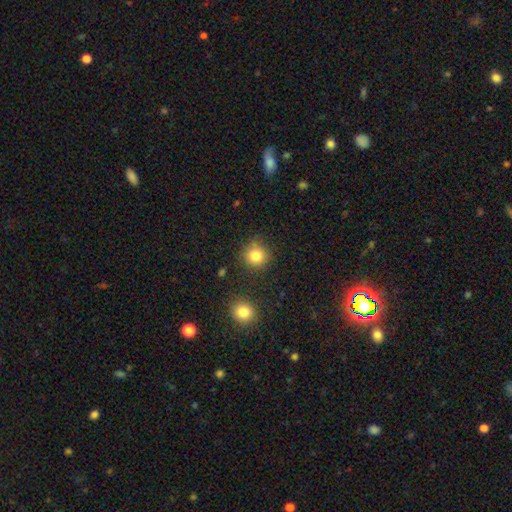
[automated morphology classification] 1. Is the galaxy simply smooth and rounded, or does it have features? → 83% smooth, 11% star or artifact, 6% featured or disk.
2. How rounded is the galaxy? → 91% round, 8% in between, 1% cigar-shaped.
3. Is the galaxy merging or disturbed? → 80% none, 11% minor disturbance, 5% merger, 3% major disturbance.